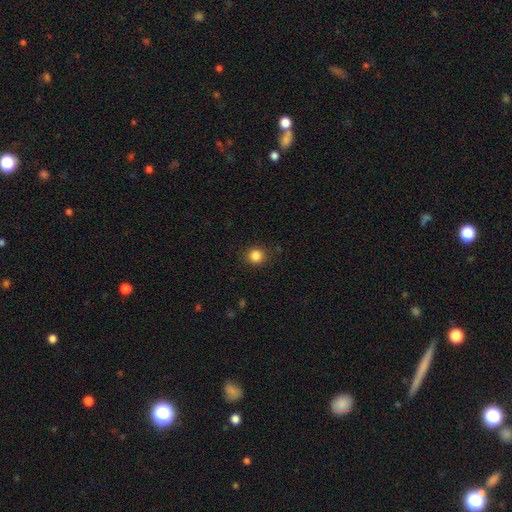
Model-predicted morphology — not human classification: smooth_or_featured: smooth (p=0.85) [alt: star or artifact p=0.11]
how_rounded: round (p=0.87) [alt: in between p=0.12]
merging: none (p=0.87) [alt: minor disturbance p=0.09]